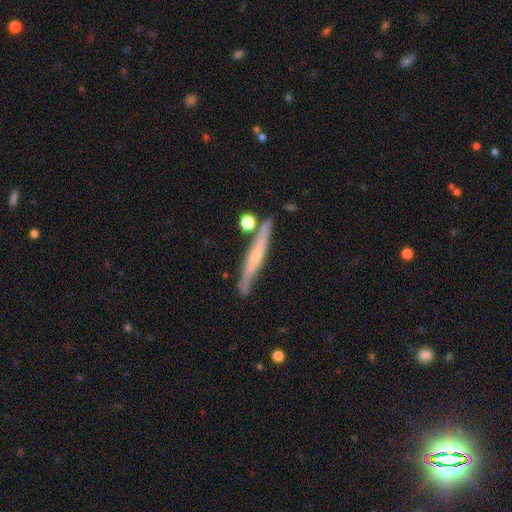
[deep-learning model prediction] Q: Smooth or featured?
A: featured or disk (60%); runner-up: smooth (34%)
Q: Edge-on disk?
A: yes (93%); runner-up: no (7%)
Q: Edge-on bulge?
A: rounded (50%); runner-up: none (42%)
Q: Merging?
A: none (81%); runner-up: minor disturbance (12%)